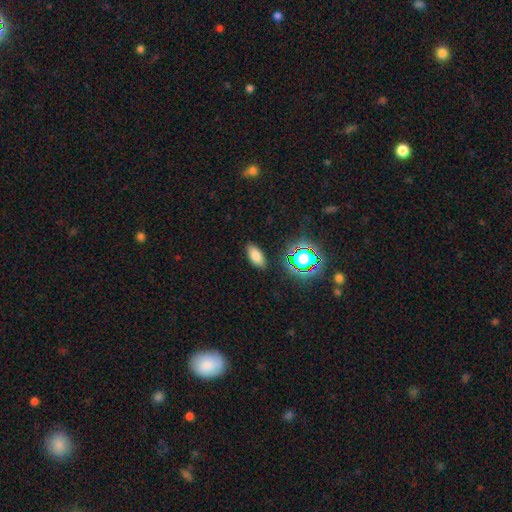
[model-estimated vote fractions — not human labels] Smooth or featured? Predicted: smooth (p=0.75). How rounded? Predicted: in between (p=0.89). Merging? Predicted: none (p=0.87).